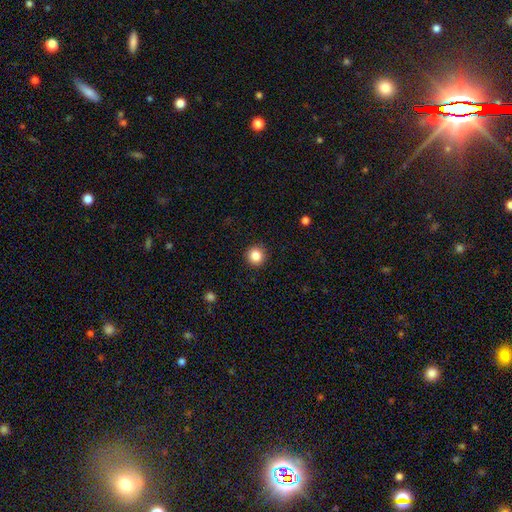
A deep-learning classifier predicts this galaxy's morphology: Q: Smooth or featured?
A: smooth (85%); runner-up: star or artifact (10%)
Q: How rounded?
A: round (94%); runner-up: in between (5%)
Q: Merging?
A: none (92%); runner-up: minor disturbance (5%)